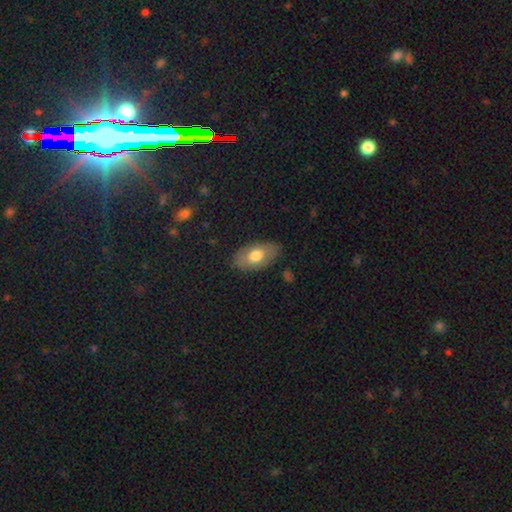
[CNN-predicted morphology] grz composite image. It shows a smooth galaxy with no disk features (68%) that is in between round and cigar-shaped (92%). Merging: none (82%).